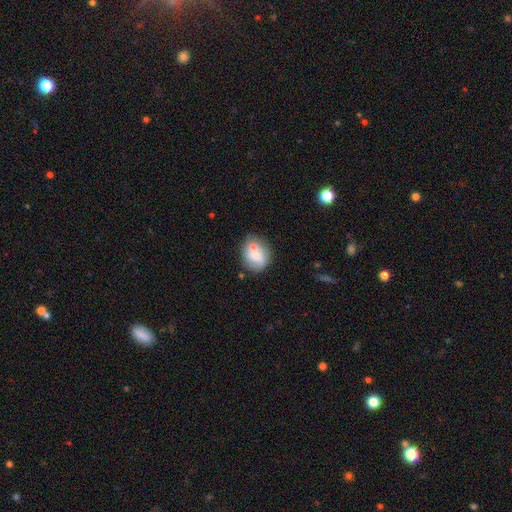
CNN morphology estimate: This appears to be a smooth galaxy with no disk features (63%) that is round (63%). Merging: none (50%).